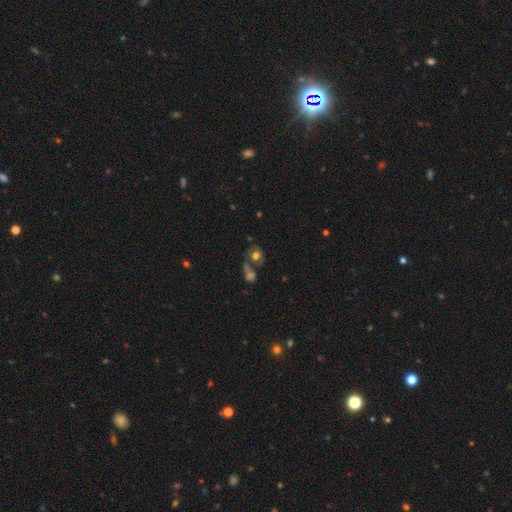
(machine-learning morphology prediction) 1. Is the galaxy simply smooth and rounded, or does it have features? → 57% smooth, 28% featured or disk, 16% star or artifact.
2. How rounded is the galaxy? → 64% round, 34% in between, 2% cigar-shaped.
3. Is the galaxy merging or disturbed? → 39% none, 36% merger, 13% minor disturbance, 12% major disturbance.